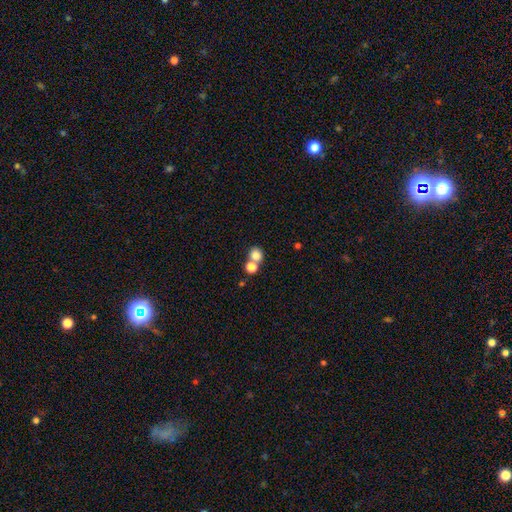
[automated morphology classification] Smooth or featured?
  - smooth: 80% *
  - star or artifact: 12%
  - featured or disk: 8%
How rounded?
  - round: 77% *
  - in between: 22%
  - cigar-shaped: 1%
Merging?
  - none: 45% *
  - merger: 44%
  - minor disturbance: 7%
  - major disturbance: 3%